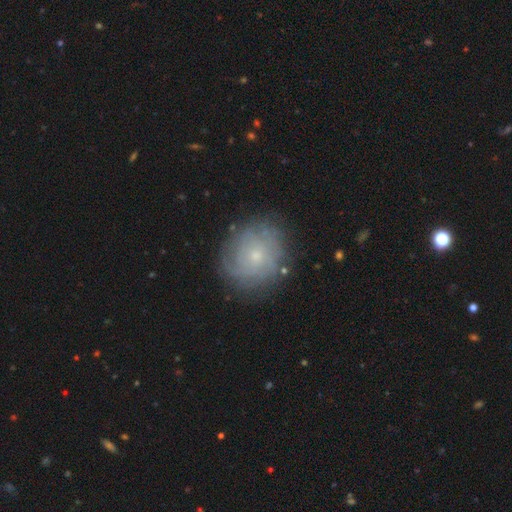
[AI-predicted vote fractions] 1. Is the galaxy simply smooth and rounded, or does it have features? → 55% featured or disk, 36% smooth, 10% star or artifact.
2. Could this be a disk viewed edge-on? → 97% no, 3% yes.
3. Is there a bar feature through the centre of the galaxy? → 85% no, 13% weak, 2% strong.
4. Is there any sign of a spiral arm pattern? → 77% yes, 23% no.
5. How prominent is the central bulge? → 74% small, 22% moderate, 2% none, 1% large, 1% dominant.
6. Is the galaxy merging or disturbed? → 78% none, 15% minor disturbance, 5% major disturbance, 1% merger.